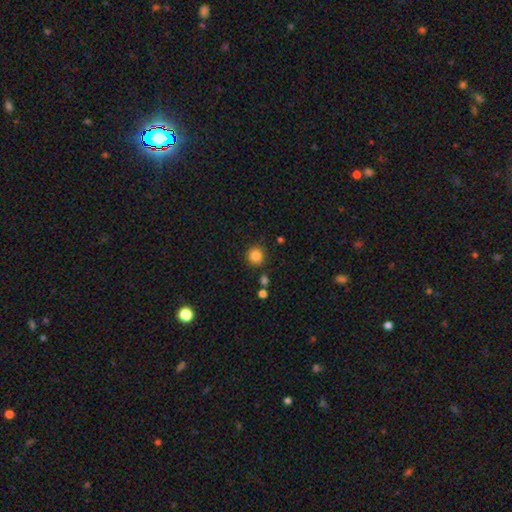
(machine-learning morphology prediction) Smooth or featured? smooth (86%)
How rounded? round (92%)
Merging? none (86%)